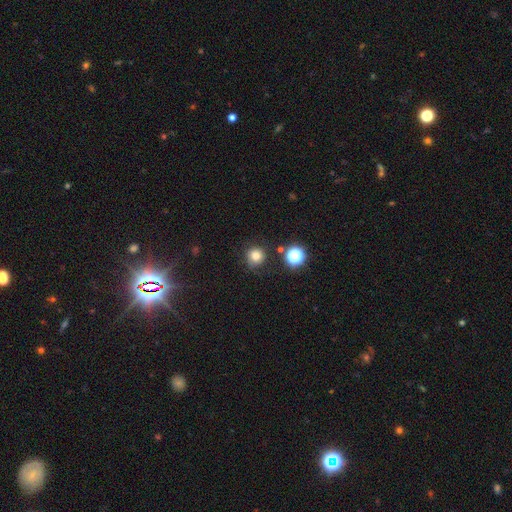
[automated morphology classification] A smooth galaxy with no disk features (79%) that is round (92%).

Vote fractions:
- Smooth or featured? smooth: 79% / star or artifact: 15% / featured or disk: 6%
- How rounded? round: 92% / in between: 7% / cigar-shaped: 1%
- Merging? none: 78% / minor disturbance: 14% / major disturbance: 4% / merger: 4%